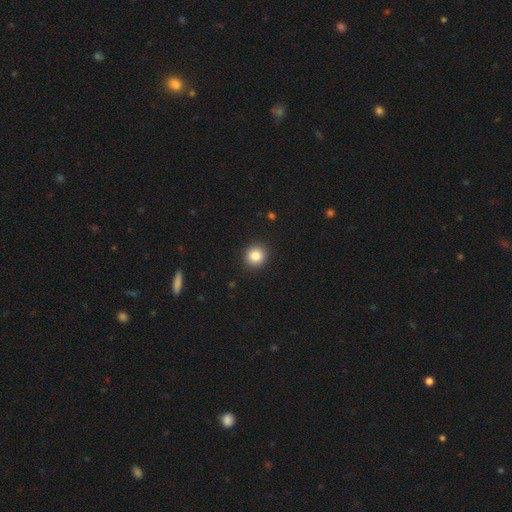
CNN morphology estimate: A smooth galaxy with no disk features (85%) that is round (89%). Merging: none (92%).